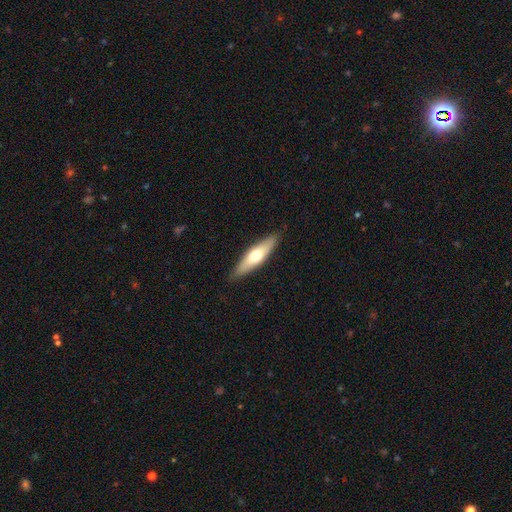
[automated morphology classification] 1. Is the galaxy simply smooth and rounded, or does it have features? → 55% smooth, 39% featured or disk, 5% star or artifact.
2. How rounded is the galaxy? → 66% cigar-shaped, 32% in between, 2% round.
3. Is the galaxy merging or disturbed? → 87% none, 10% minor disturbance, 2% major disturbance, 1% merger.